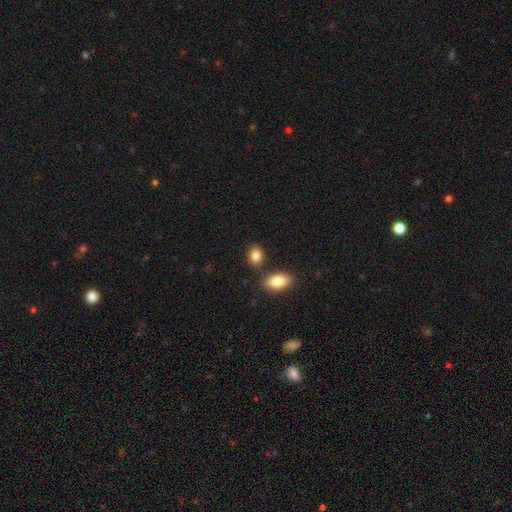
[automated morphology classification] smooth 86%, star or artifact 8%, featured or disk 6%. Down the decision tree: how rounded — in between (70%); merging — none (72%).